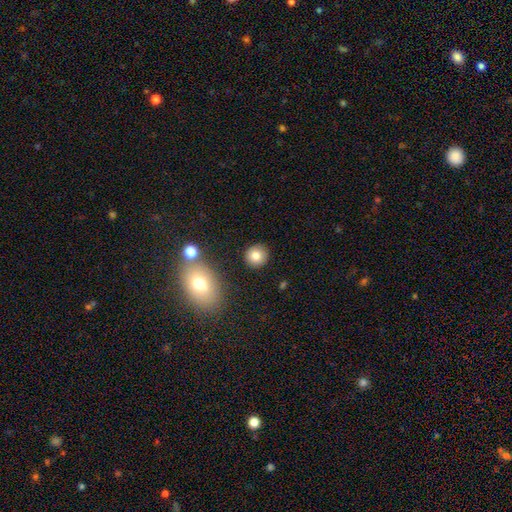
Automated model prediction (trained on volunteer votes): smooth 80%, star or artifact 11%, featured or disk 9%. Down the decision tree: how rounded — round (90%); merging — none (88%).